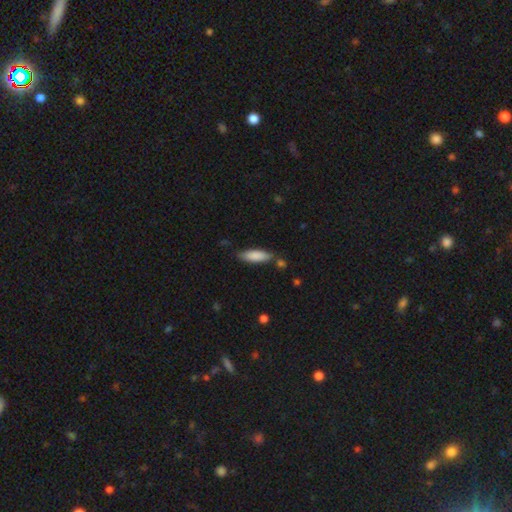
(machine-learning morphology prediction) Smooth or featured?
  - smooth: 85% *
  - featured or disk: 9%
  - star or artifact: 6%
How rounded?
  - in between: 53% *
  - cigar-shaped: 46%
  - round: 1%
Merging?
  - none: 76% *
  - minor disturbance: 16%
  - merger: 5%
  - major disturbance: 3%